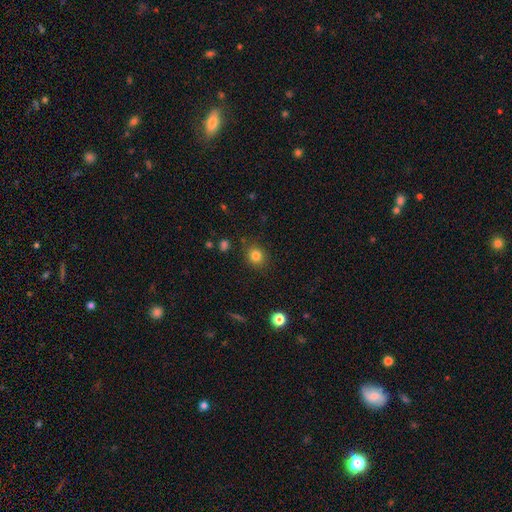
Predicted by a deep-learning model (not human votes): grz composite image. It shows a smooth galaxy with no disk features (82%) that is round (81%). Merging: none (86%).